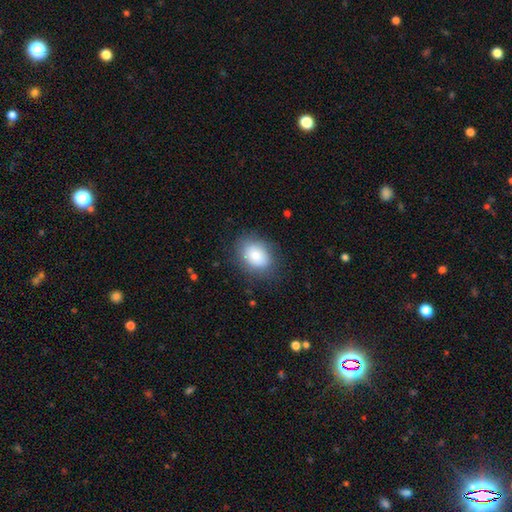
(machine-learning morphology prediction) smooth_or_featured: smooth (p=0.83) [alt: featured or disk p=0.10]
how_rounded: in between (p=0.68) [alt: round p=0.31]
merging: none (p=0.79) [alt: minor disturbance p=0.15]